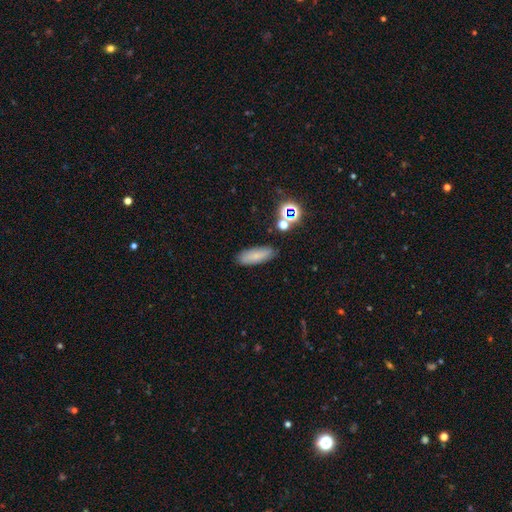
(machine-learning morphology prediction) This appears to be a smooth galaxy with no disk features (75%) that is in between round and cigar-shaped (63%). Merging: none (84%).